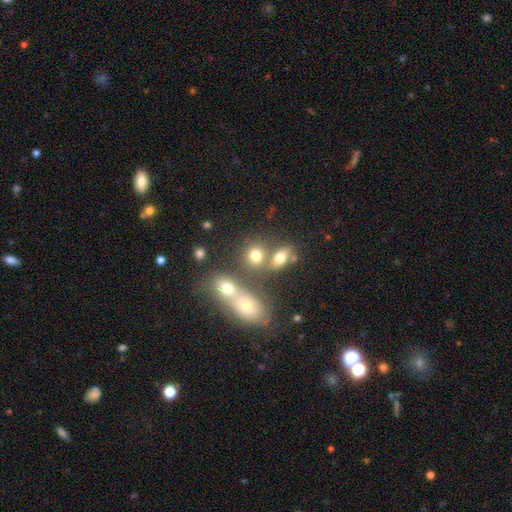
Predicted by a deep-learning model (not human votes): This is likely a smooth galaxy (72%). How rounded: likely round (63%). Merging: possibly none (49%).